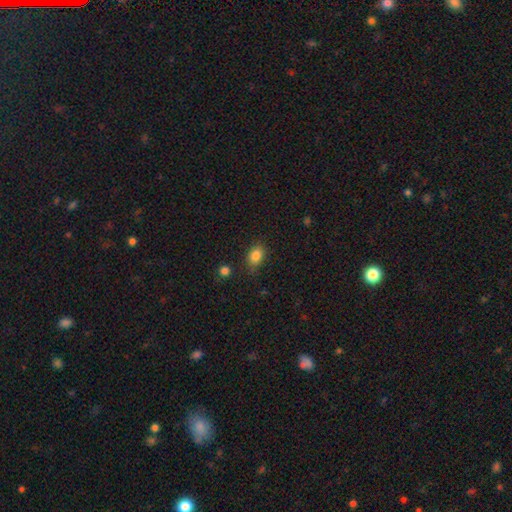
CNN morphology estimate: Smooth or featured? smooth (84%)
How rounded? in between (71%)
Merging? none (76%)